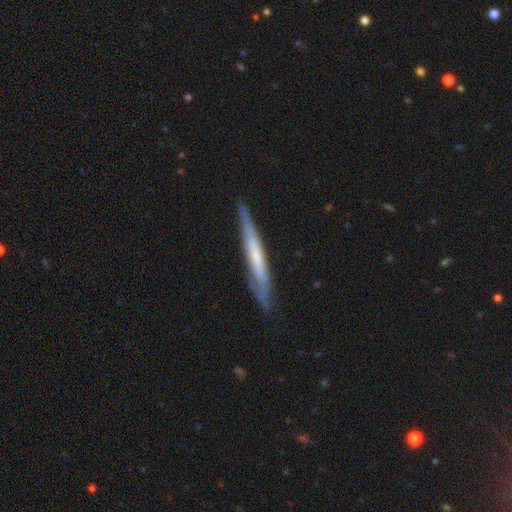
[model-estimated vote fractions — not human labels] featured or disk 61%, smooth 34%, star or artifact 6%. Down the decision tree: edge-on disk — yes (86%); edge-on bulge — none (67%); merging — none (80%).